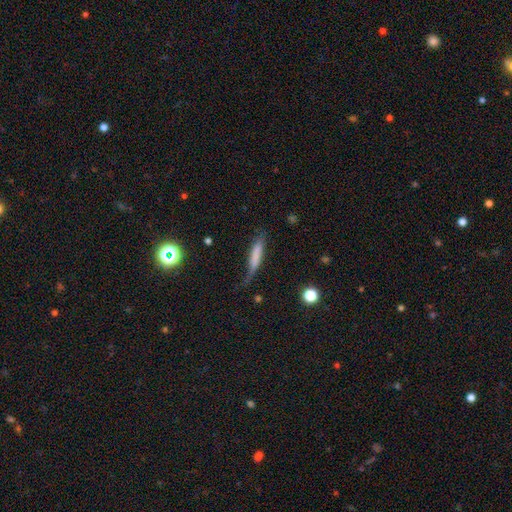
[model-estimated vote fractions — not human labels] This is likely a smooth galaxy (69%). How rounded: clearly cigar-shaped (83%). Merging: possibly none (47%).